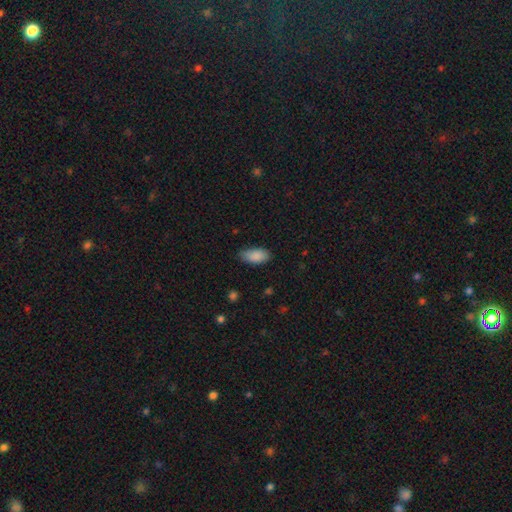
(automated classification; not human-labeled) A smooth galaxy with no disk features (89%) that is in between round and cigar-shaped (92%). Merging: none (78%).